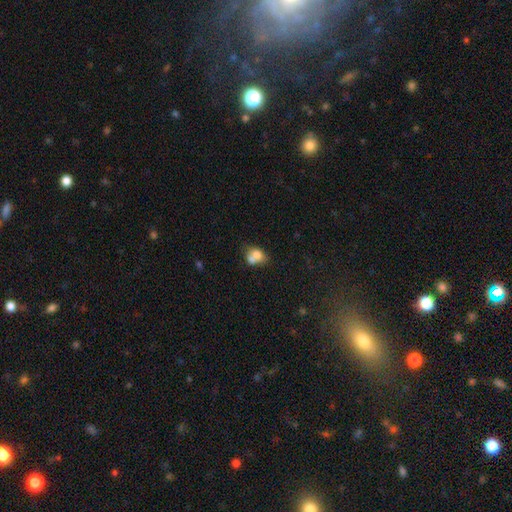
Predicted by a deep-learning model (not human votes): Smooth or featured: smooth — 70% (featured or disk — 20%)
How rounded: in between — 51% (round — 47%)
Merging: merger — 59% (none — 25%)